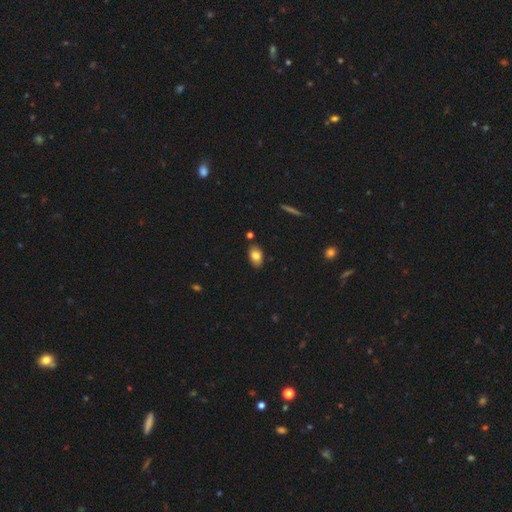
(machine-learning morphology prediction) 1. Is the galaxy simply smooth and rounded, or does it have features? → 81% smooth, 11% featured or disk, 8% star or artifact.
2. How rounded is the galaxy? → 89% in between, 10% round, 2% cigar-shaped.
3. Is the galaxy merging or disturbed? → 82% none, 12% minor disturbance, 4% merger, 2% major disturbance.